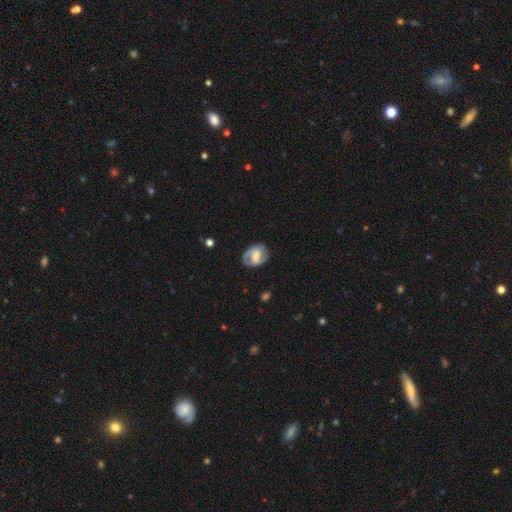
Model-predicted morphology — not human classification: A featured or disk galaxy (75%) with a weak bar (47%), 2 (83%) medium (47%) spiral arms (89%) and a moderate central bulge (52%).

Vote fractions:
- Smooth or featured? featured or disk: 75% / smooth: 19% / star or artifact: 6%
- Edge-on disk? no: 97% / yes: 3%
- Bar? weak: 47% / strong: 33% / no: 20%
- Spiral arms? yes: 89% / no: 11%
- Spiral winding? medium: 47% / tight: 35% / loose: 18%
- Spiral arm count? 2: 83% / can't tell: 7% / 1: 6% / 3: 2% / 4: 1% / more than 4: 1%
- Bulge size? moderate: 52% / small: 30% / large: 10% / none: 6% / dominant: 1%
- Merging? none: 77% / minor disturbance: 16% / major disturbance: 6% / merger: 2%